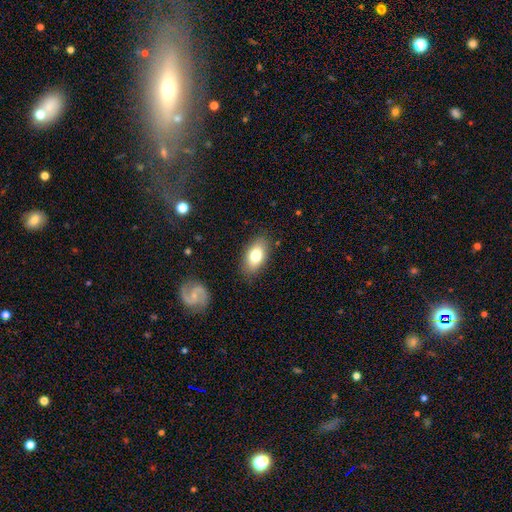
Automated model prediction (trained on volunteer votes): Smooth or featured? smooth (77%)
How rounded? in between (90%)
Merging? none (84%)